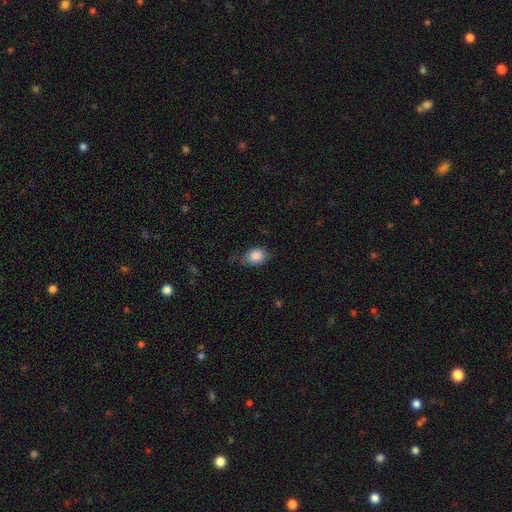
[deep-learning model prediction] Smooth or featured? Predicted: smooth (p=0.87). How rounded? Predicted: in between (p=0.73). Merging? Predicted: none (p=0.63).